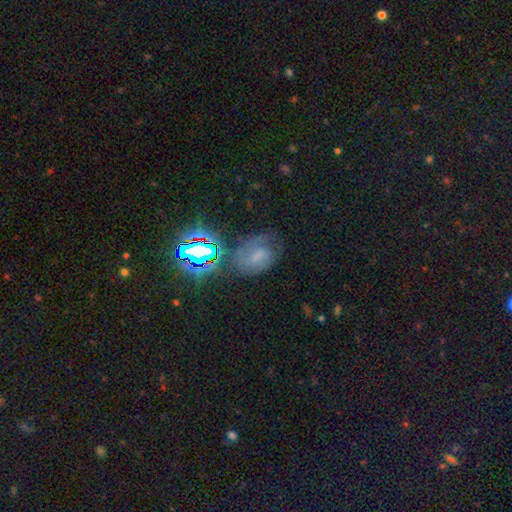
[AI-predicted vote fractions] A featured or disk galaxy (42%).

Vote fractions:
- Smooth or featured? featured or disk: 42% / smooth: 29% / star or artifact: 29%
- Merging? none: 54% / minor disturbance: 24% / major disturbance: 17% / merger: 5%